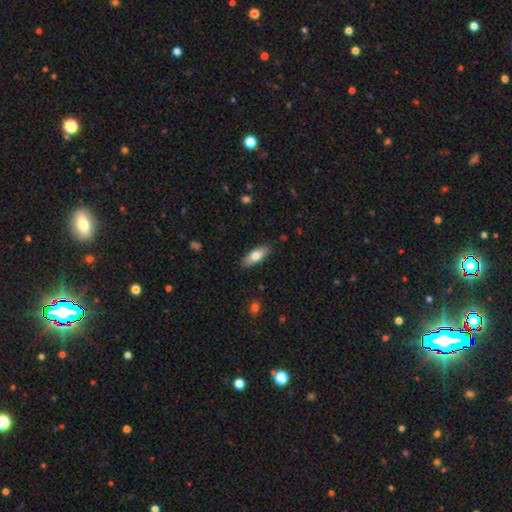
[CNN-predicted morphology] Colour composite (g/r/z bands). It shows a smooth galaxy with no disk features (70%) that is in between round and cigar-shaped (66%). Merging: none (86%).